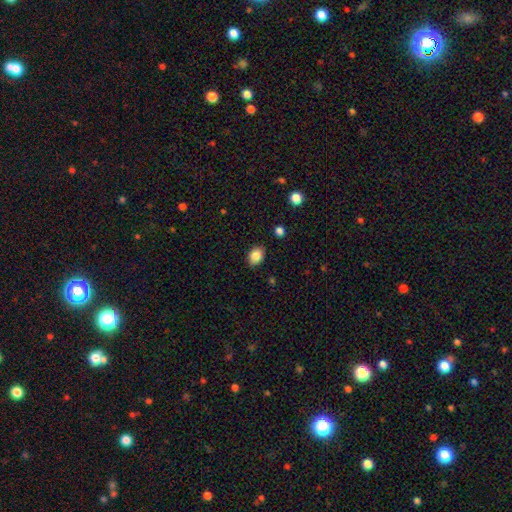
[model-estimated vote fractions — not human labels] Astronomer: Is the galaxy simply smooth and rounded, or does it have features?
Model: smooth — 86%.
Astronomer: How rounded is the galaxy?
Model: in between — 61% (runner-up: round, 38%).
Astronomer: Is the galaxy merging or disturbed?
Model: none — 86%.